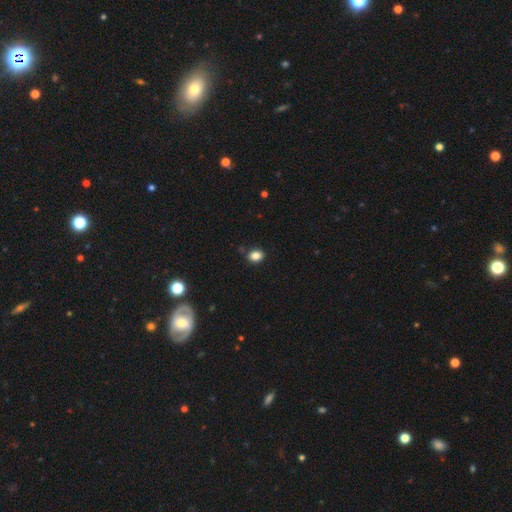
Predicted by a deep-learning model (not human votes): This is clearly a smooth galaxy (84%). How rounded: likely in between (64%). Merging: clearly none (82%).